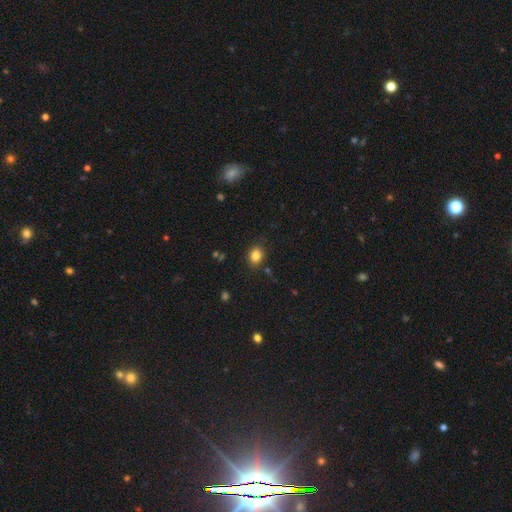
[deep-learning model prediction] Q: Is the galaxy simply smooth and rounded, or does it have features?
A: smooth — 83%.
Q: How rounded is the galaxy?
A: round — 57%.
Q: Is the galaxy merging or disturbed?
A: none — 84%.